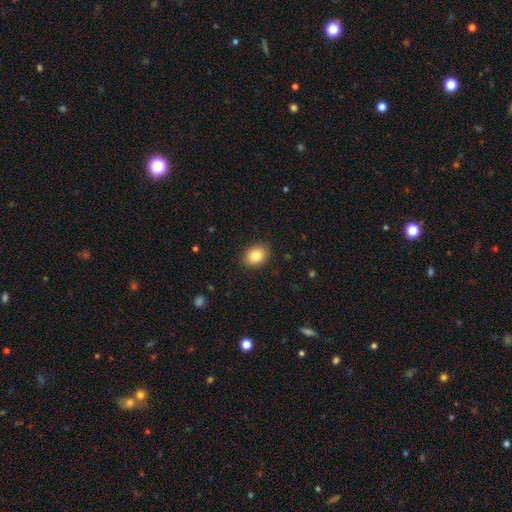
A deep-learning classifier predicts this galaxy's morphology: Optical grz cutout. It shows a smooth galaxy with no disk features (84%) that is in between round and cigar-shaped (64%). Merging: none (89%).